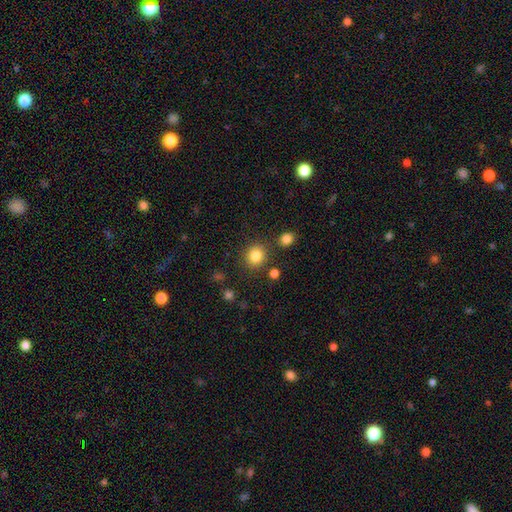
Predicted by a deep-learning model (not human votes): This appears to be a smooth galaxy with no disk features (85%) that is round (81%). Merging: none (83%).